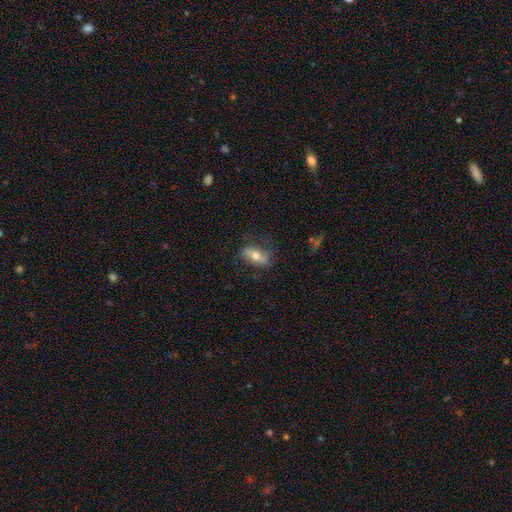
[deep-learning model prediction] Smooth or featured: smooth — 47% (featured or disk — 45%)
Merging: none — 70% (minor disturbance — 19%)